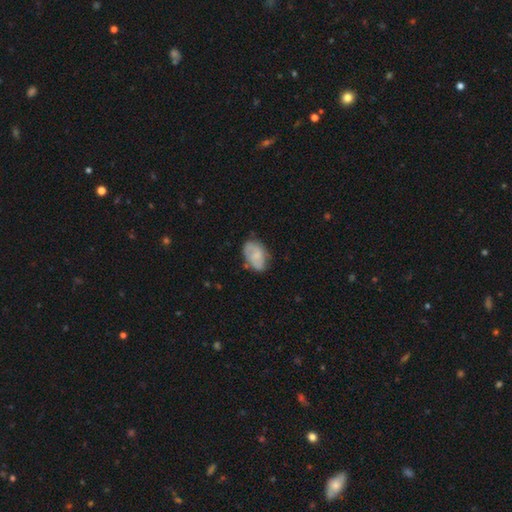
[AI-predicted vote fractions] This is possibly a smooth galaxy (59%). How rounded: clearly in between (89%). Merging: likely none (61%).